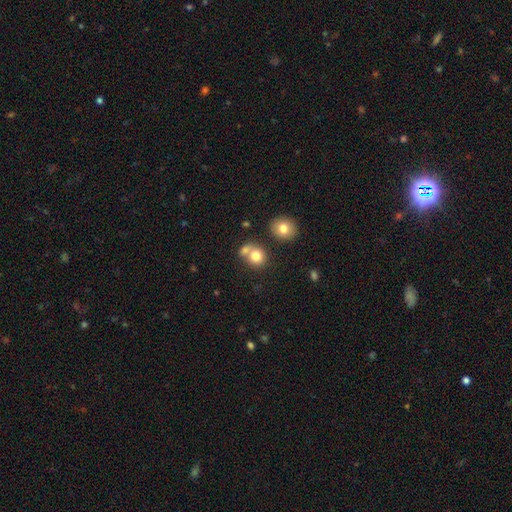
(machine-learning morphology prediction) Overall: smooth (78%). How rounded: round (79%). Merging: none (48%; merger 38%).